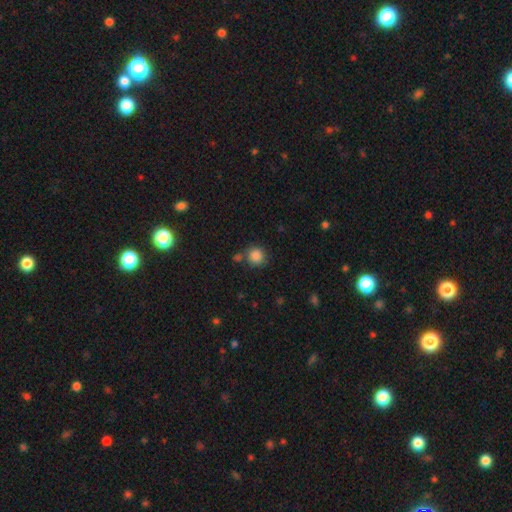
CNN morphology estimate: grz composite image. It shows a smooth galaxy with no disk features (86%) that is round (92%). Merging: none (74%).